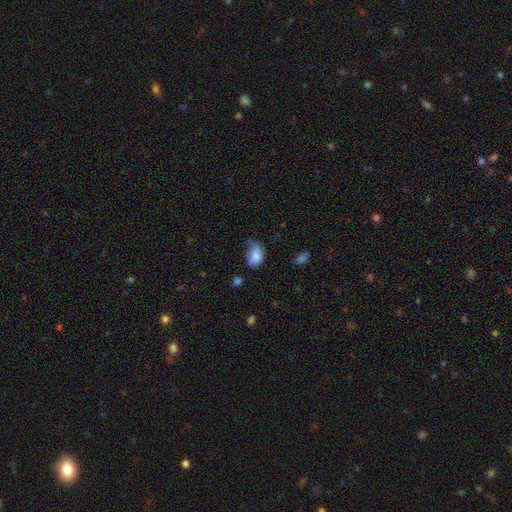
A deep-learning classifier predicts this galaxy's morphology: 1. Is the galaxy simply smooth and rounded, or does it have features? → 78% smooth, 14% featured or disk, 8% star or artifact.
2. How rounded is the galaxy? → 84% in between, 14% round, 2% cigar-shaped.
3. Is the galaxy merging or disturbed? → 41% minor disturbance, 29% major disturbance, 26% none, 3% merger.